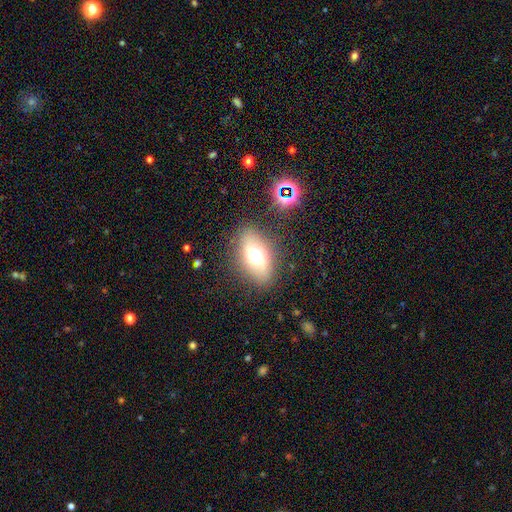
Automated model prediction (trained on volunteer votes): smooth_or_featured: smooth (p=0.57) [alt: featured or disk p=0.26]
how_rounded: in between (p=0.80) [alt: round p=0.14]
merging: none (p=0.81) [alt: minor disturbance p=0.12]